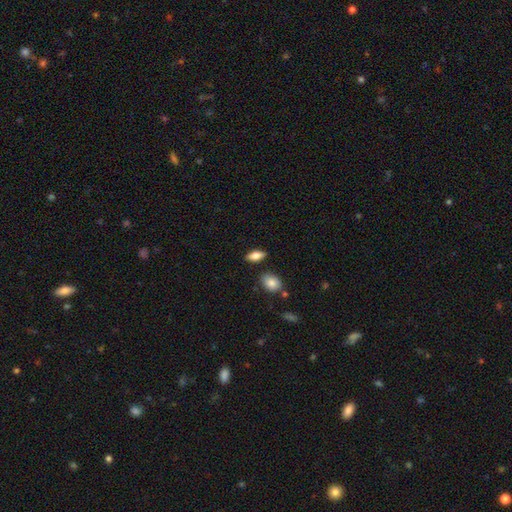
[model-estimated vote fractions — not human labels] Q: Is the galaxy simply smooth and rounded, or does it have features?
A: smooth — 76%.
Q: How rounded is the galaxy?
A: in between — 83%.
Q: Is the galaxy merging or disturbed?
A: none — 83%.